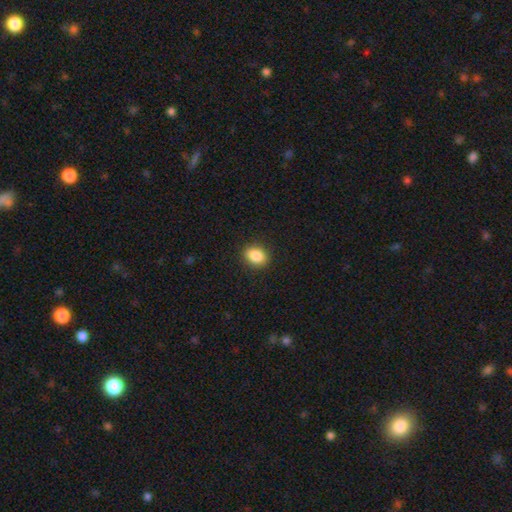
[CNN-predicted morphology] Overall: smooth (88%). How rounded: in between (62%; round 36%). Merging: none (89%).